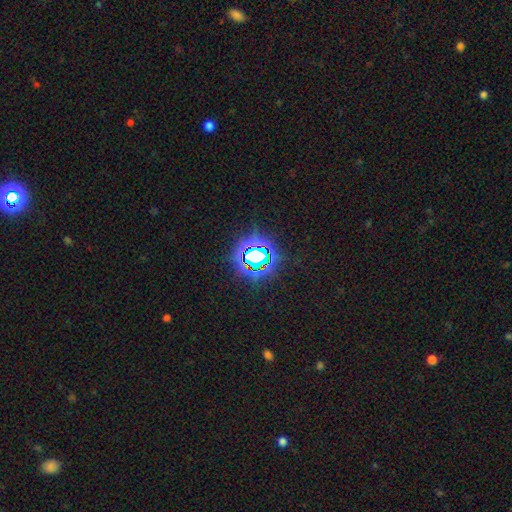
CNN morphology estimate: star or artifact 72%, smooth 18%, featured or disk 11%.